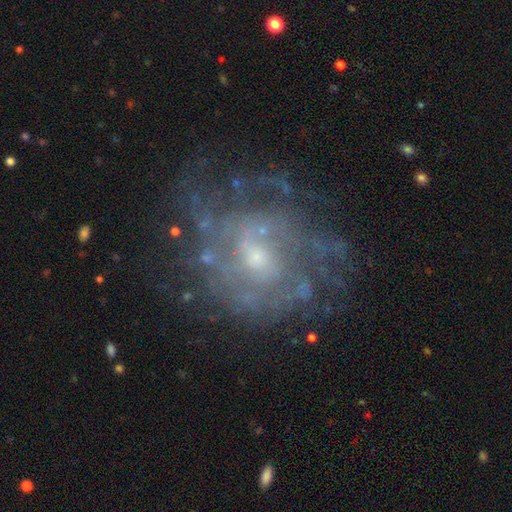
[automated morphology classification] Overall: featured or disk (81%). Edge-on disk: no (97%). Bar: no (66%; weak 29%). Spiral arms: yes (78%). Spiral arm count: can't tell (51%; 2 15%). Spiral winding: tight (53%; medium 34%). Bulge size: small (61%; moderate 33%). Merging: none (66%).